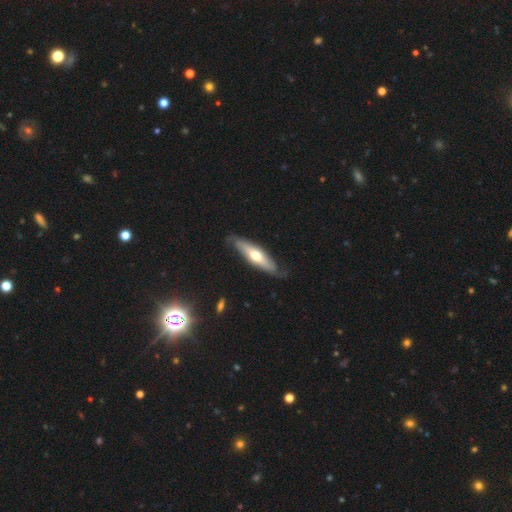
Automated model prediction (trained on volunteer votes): This is possibly a featured or disk galaxy (54%). It is likely viewed edge-on (63%). Merging: likely none (71%).